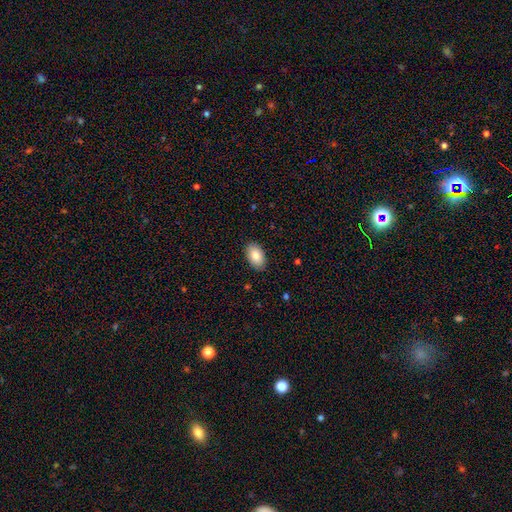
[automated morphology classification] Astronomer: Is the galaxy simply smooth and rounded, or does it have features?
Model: smooth — 85%.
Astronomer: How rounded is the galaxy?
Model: in between — 94%.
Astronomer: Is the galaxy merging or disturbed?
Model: none — 88%.